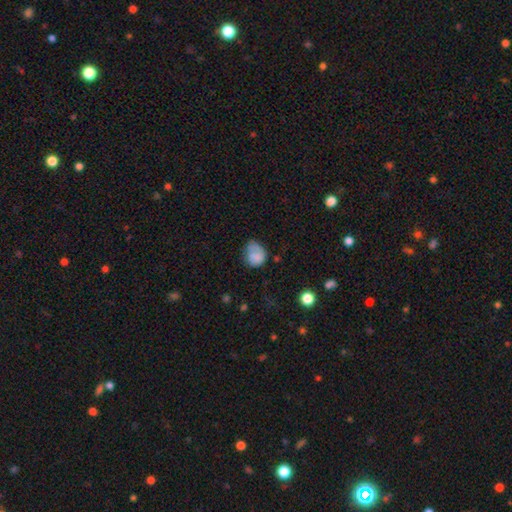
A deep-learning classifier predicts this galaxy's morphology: type=smooth (78%); roundness=round (50%); merging=none (41%).